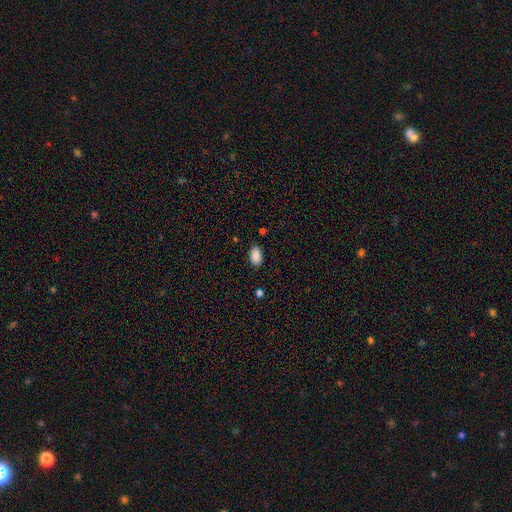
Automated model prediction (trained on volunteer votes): Smooth or featured: smooth — 89% (star or artifact — 8%)
How rounded: in between — 93% (round — 6%)
Merging: none — 85% (minor disturbance — 11%)